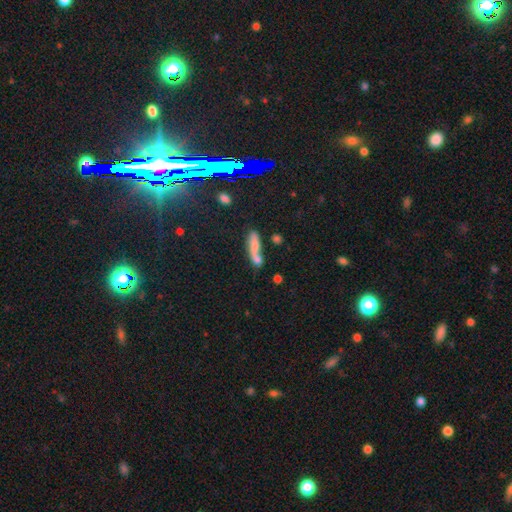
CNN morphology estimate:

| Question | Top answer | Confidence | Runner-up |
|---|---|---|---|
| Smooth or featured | smooth | 67% | featured or disk (22%) |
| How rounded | cigar-shaped | 58% | in between (36%) |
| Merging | merger | 42% | none (32%) |